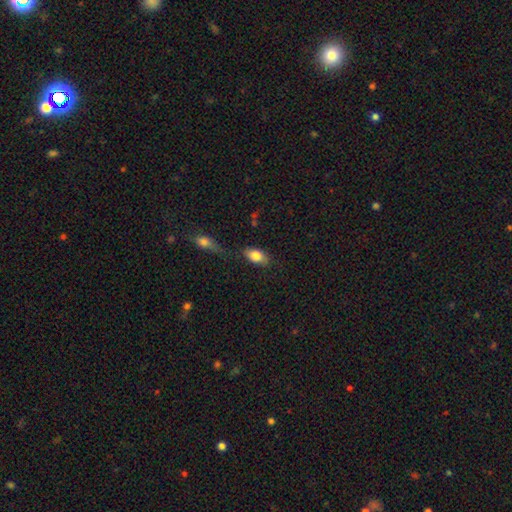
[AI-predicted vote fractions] Overall: smooth (82%). How rounded: in between (88%). Merging: none (67%).